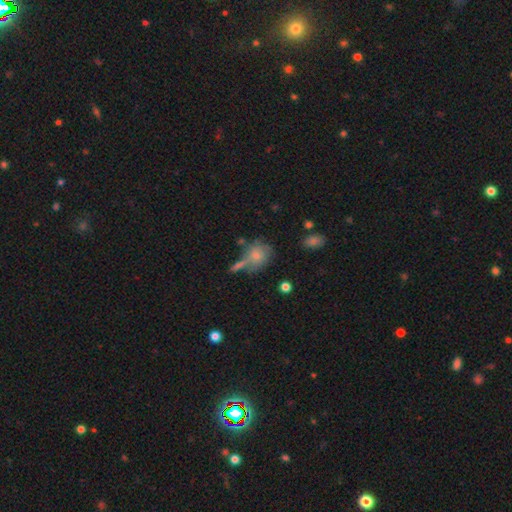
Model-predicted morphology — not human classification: Overall: smooth (72%). How rounded: round (68%; in between 30%). Merging: none (48%; merger 23%).